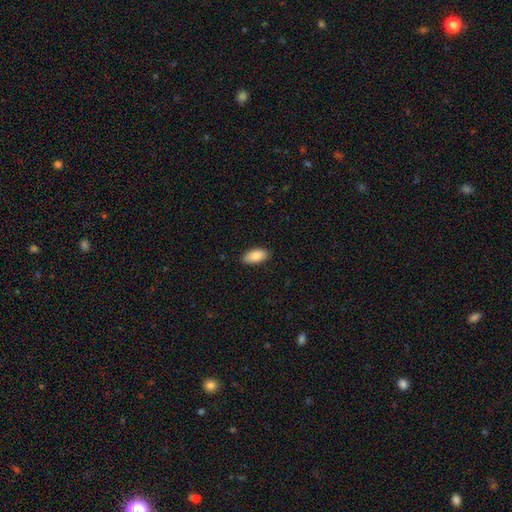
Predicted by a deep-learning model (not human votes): smooth 88%, star or artifact 6%, featured or disk 6%. Down the decision tree: how rounded — in between (92%); merging — none (88%).